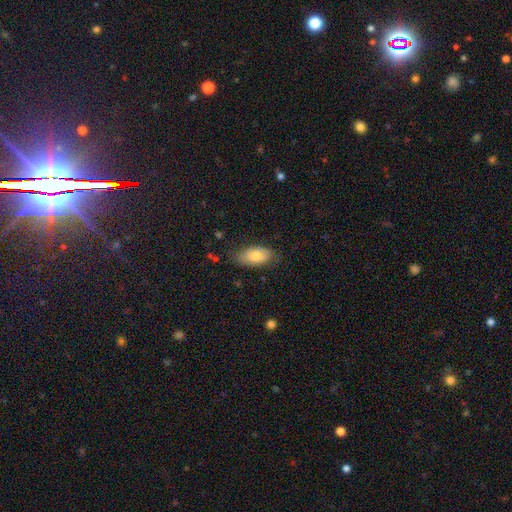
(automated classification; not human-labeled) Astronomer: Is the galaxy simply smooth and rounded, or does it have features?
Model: smooth — 74%.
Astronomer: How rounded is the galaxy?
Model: in between — 93%.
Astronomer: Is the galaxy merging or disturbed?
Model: none — 73%.